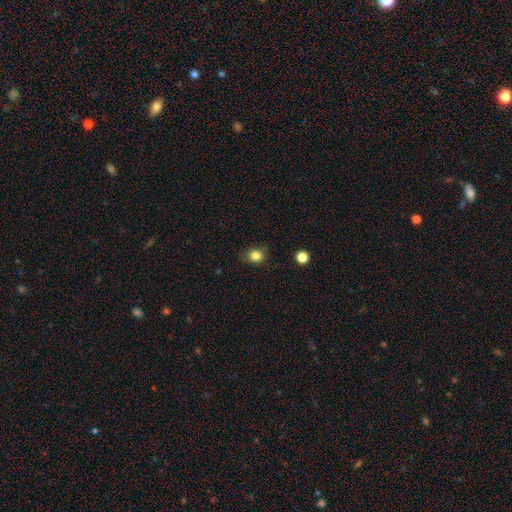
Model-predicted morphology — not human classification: The model was most divided on "how rounded": round: 72%, in between: 27%, cigar-shaped: 1%. More confident: smooth or featured — smooth (83%); merging — none (80%).